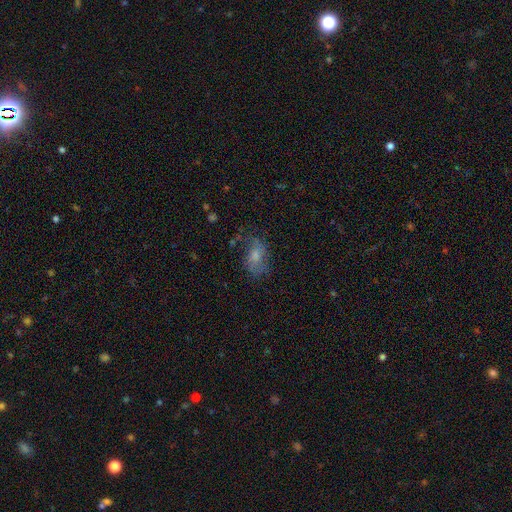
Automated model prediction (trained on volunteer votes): smooth 48%, featured or disk 40%, star or artifact 11%. Down the decision tree: merging — none (55%).